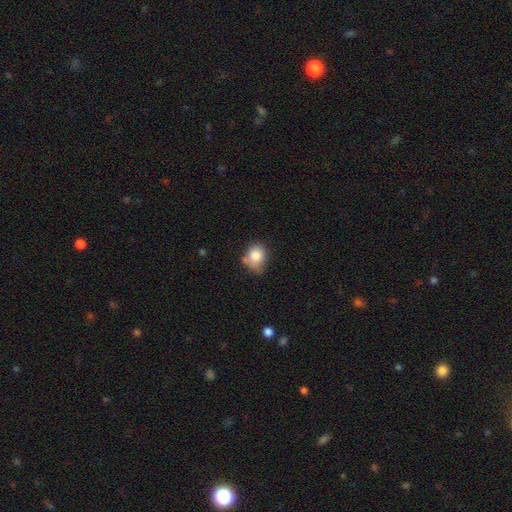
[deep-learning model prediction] smooth 81%, featured or disk 10%, star or artifact 9%. Down the decision tree: how rounded — round (64%); merging — none (48%).